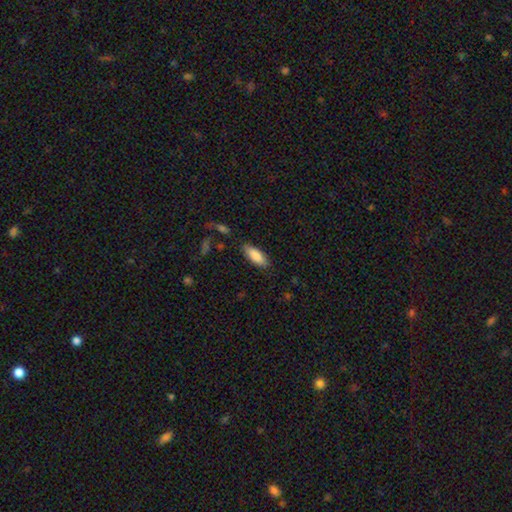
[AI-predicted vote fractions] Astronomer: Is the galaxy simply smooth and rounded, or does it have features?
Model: smooth — 86%.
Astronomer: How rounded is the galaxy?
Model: in between — 68%.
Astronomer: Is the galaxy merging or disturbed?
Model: none — 83%.